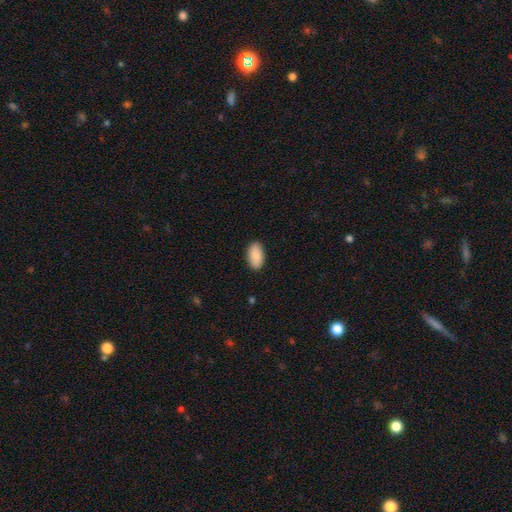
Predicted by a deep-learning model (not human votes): This is clearly a smooth galaxy (88%). How rounded: clearly in between (94%). Merging: clearly none (89%).